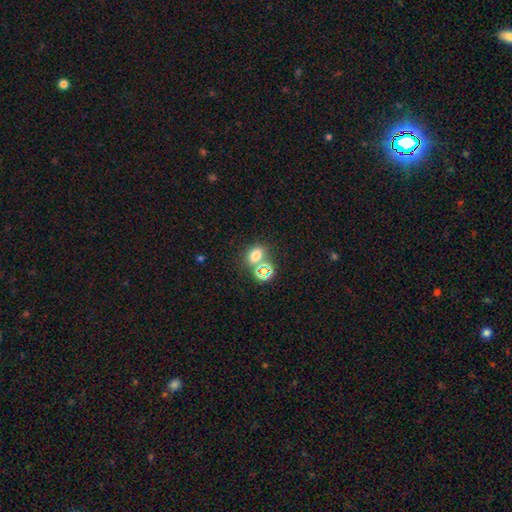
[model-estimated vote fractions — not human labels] Smooth or featured: smooth — 67% (star or artifact — 24%)
How rounded: in between — 50% (round — 48%)
Merging: none — 65% (merger — 21%)